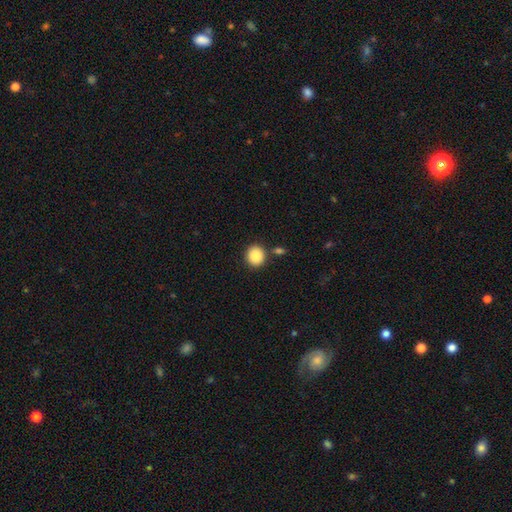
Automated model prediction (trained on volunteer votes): smooth-or-featured: smooth: 89% | star or artifact: 8% | featured or disk: 3%
  how-rounded: round: 84% | in between: 15% | cigar-shaped: 1%
  merging: none: 82% | minor disturbance: 8% | merger: 7% | major disturbance: 3%